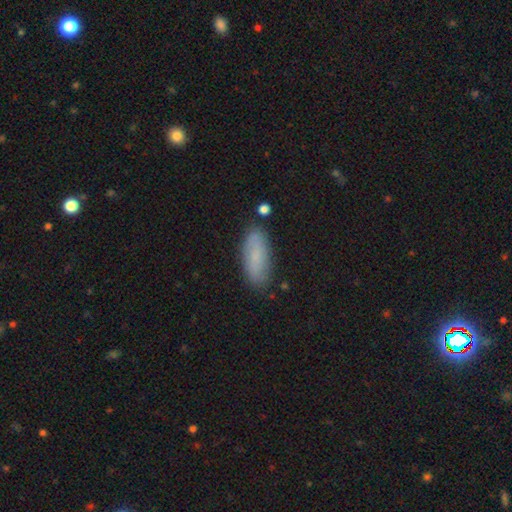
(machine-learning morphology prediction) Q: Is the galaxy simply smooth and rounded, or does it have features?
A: smooth — 75%.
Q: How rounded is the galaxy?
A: in between — 66%.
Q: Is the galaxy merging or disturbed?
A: none — 83%.